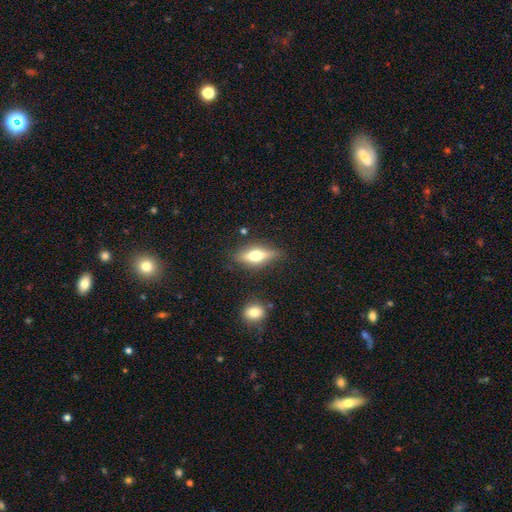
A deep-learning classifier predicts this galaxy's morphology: Smooth or featured?
  - featured or disk: 52% *
  - smooth: 40%
  - star or artifact: 8%
Edge-on disk?
  - yes: 90% *
  - no: 10%
Merging?
  - none: 82% *
  - minor disturbance: 12%
  - major disturbance: 3%
  - merger: 3%